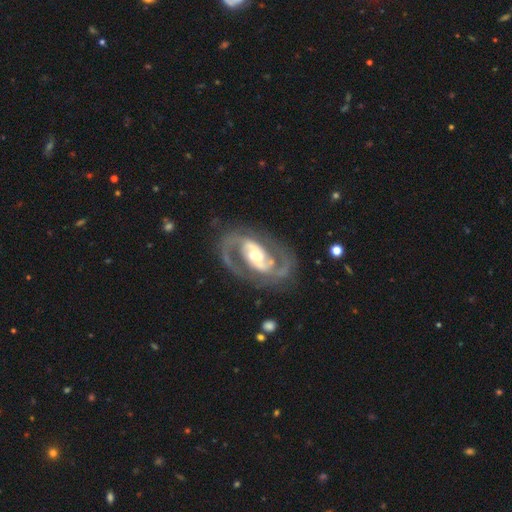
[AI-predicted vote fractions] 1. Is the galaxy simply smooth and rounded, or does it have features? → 92% featured or disk, 4% smooth, 4% star or artifact.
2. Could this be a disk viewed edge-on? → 97% no, 3% yes.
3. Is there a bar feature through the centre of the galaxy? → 40% strong, 38% weak, 22% no.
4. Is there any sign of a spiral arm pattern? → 97% yes, 3% no.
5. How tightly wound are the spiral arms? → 59% medium, 25% tight, 15% loose.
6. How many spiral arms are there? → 92% 2, 2% can't tell, 2% 3, 1% 1, 1% 4, 1% more than 4.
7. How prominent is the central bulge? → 63% moderate, 18% large, 16% small, 1% dominant, 1% none.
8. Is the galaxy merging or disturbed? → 78% none, 13% minor disturbance, 7% major disturbance, 2% merger.